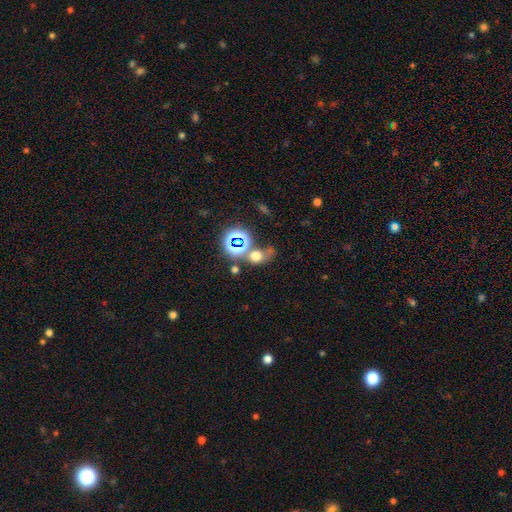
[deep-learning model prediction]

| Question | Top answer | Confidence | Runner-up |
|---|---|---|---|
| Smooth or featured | smooth | 56% | star or artifact (31%) |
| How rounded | round | 57% | in between (40%) |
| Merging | none | 46% | merger (29%) |